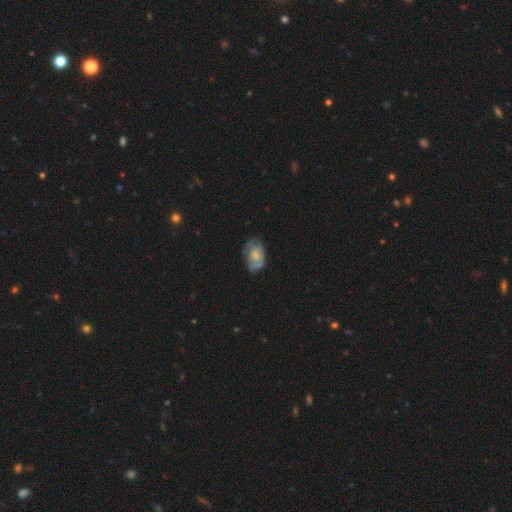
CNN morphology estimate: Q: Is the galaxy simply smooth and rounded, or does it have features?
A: smooth — 52%.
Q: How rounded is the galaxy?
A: in between — 84%.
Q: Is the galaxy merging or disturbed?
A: none — 52%.